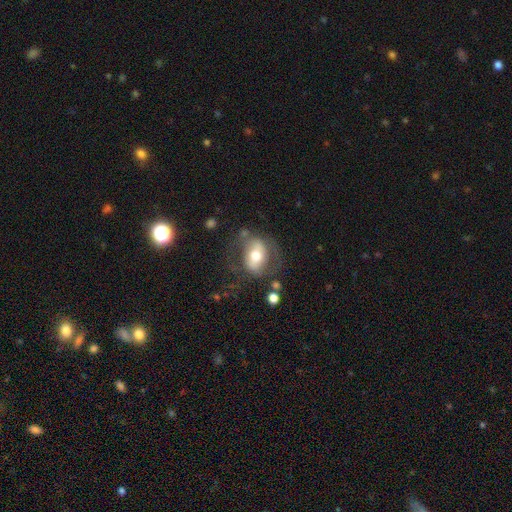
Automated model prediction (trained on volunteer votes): This appears to be a featured or disk galaxy (51%). Merging: none (54%).